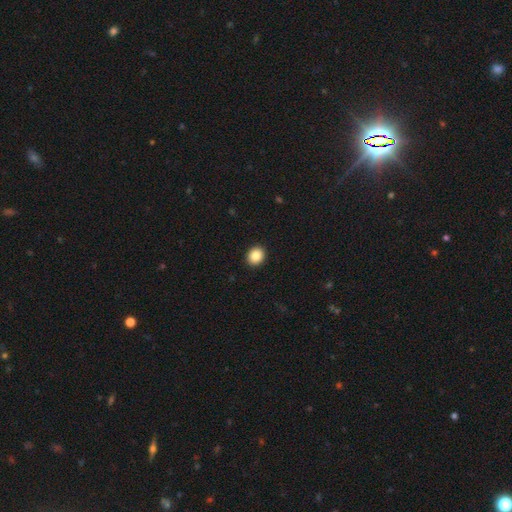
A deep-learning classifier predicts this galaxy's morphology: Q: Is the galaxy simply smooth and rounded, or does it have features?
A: smooth — 87%.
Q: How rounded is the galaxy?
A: round — 68%.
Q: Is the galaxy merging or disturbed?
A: none — 93%.